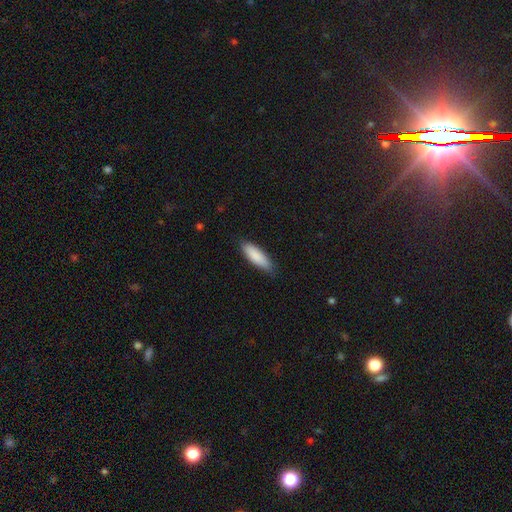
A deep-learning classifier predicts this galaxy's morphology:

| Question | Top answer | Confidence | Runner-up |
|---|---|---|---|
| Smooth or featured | smooth | 87% | featured or disk (7%) |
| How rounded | cigar-shaped | 50% | in between (49%) |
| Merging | none | 82% | minor disturbance (15%) |